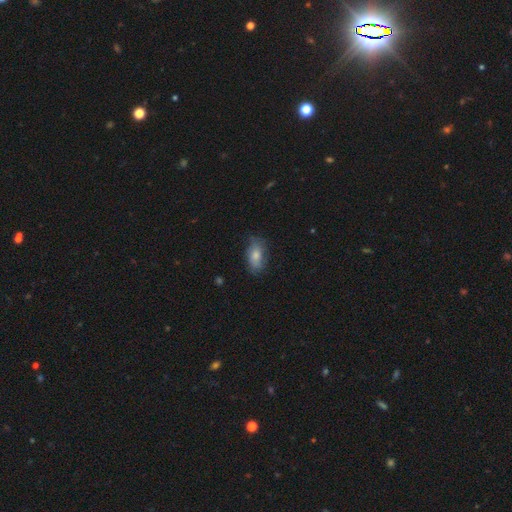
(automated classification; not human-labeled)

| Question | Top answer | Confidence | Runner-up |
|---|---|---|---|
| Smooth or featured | smooth | 74% | featured or disk (19%) |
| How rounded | in between | 89% | cigar-shaped (6%) |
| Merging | none | 70% | minor disturbance (23%) |